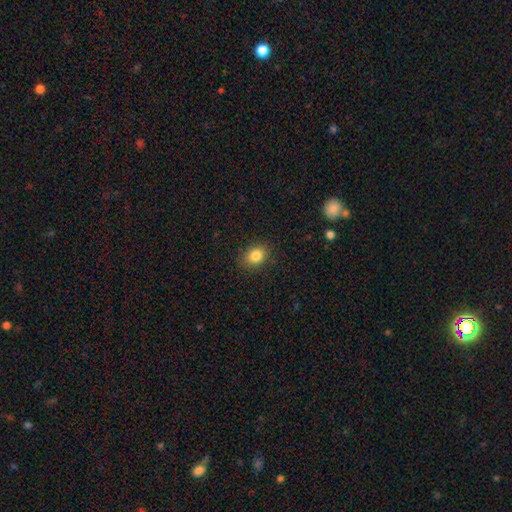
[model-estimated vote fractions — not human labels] Smooth or featured? smooth (83%)
How rounded? in between (53%)
Merging? none (87%)